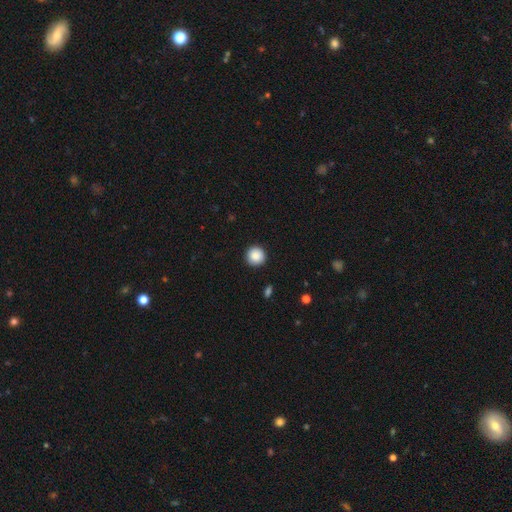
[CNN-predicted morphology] Smooth or featured? smooth (88%)
How rounded? round (96%)
Merging? none (92%)